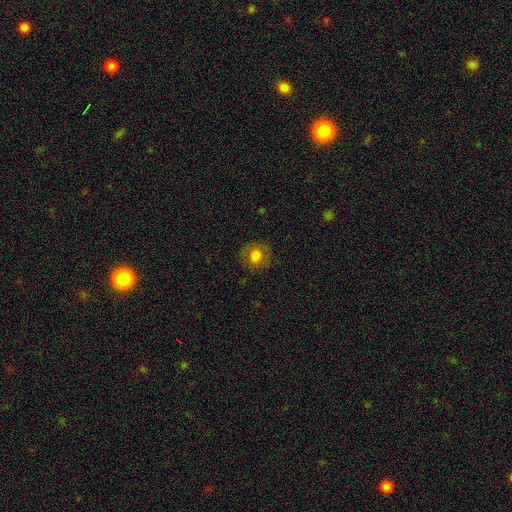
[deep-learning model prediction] Smooth or featured? smooth (75%)
How rounded? round (83%)
Merging? none (81%)